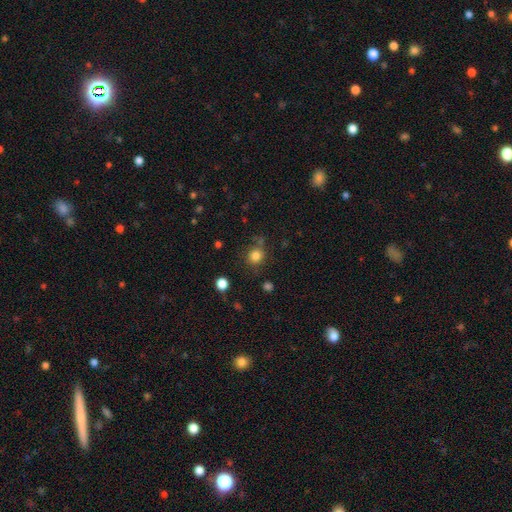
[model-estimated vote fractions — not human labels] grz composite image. It shows a smooth galaxy with no disk features (82%) that is round (85%). Merging: none (75%).